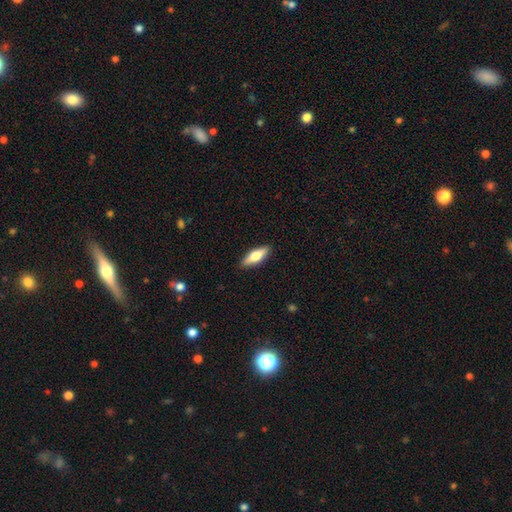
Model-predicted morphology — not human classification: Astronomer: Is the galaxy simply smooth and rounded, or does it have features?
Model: smooth — 59% (runner-up: featured or disk, 36%).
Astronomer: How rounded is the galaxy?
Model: in between — 56% (runner-up: cigar-shaped, 41%).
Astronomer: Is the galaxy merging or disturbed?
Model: none — 89%.